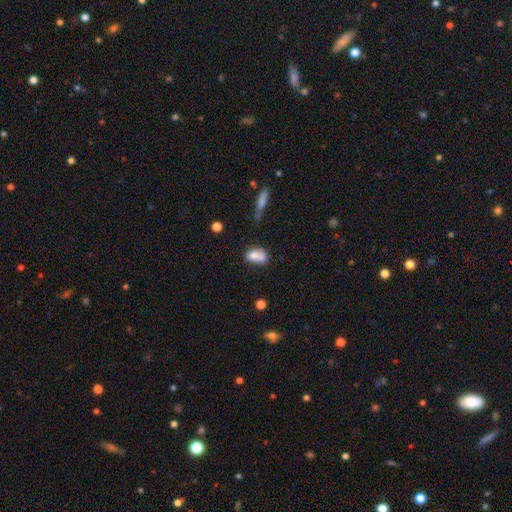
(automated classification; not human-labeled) This appears to be a smooth galaxy with no disk features (77%) that is in between round and cigar-shaped (82%). Merging: none (38%).